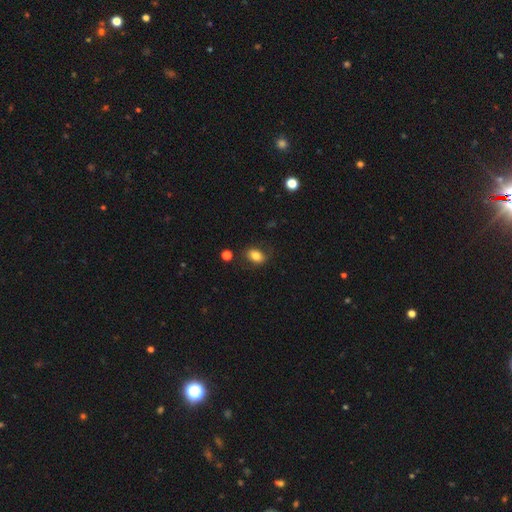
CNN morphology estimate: Smooth or featured? smooth (79%)
How rounded? in between (76%)
Merging? none (74%)